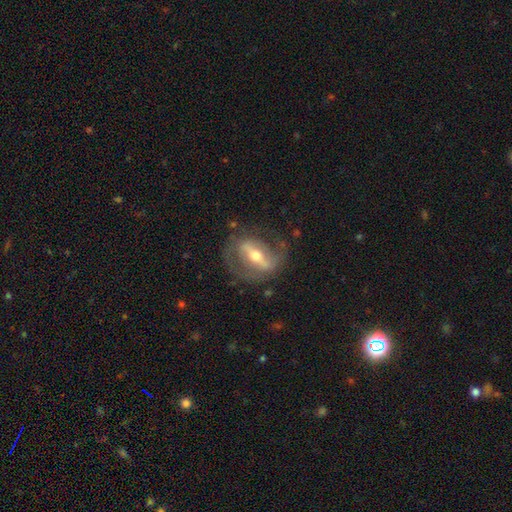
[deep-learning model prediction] This appears to be a featured or disk galaxy (80%) with a strong bar (70%), spiral arms (66%) and a moderate central bulge (63%). Merging: none (69%).